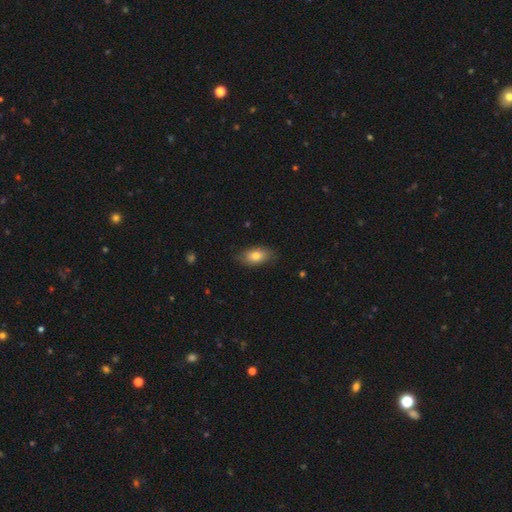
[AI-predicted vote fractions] smooth_or_featured: smooth (p=0.79) [alt: featured or disk p=0.14]
how_rounded: in between (p=0.89) [alt: round p=0.06]
merging: none (p=0.81) [alt: minor disturbance p=0.15]